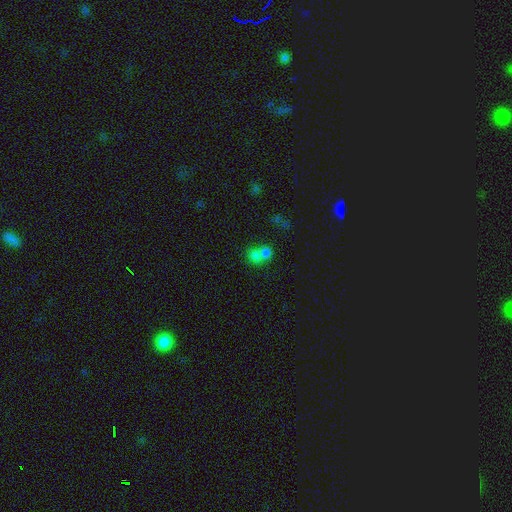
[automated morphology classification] smooth-or-featured: smooth: 72% | star or artifact: 14% | featured or disk: 13%
  how-rounded: round: 65% | in between: 33% | cigar-shaped: 1%
  merging: merger: 64% | none: 26% | minor disturbance: 6% | major disturbance: 4%